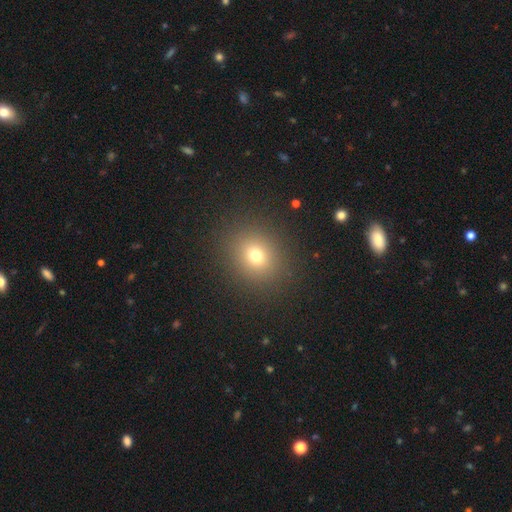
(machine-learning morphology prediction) Smooth or featured? Predicted: smooth (p=0.72). How rounded? Predicted: round (p=0.68). Merging? Predicted: none (p=0.89).